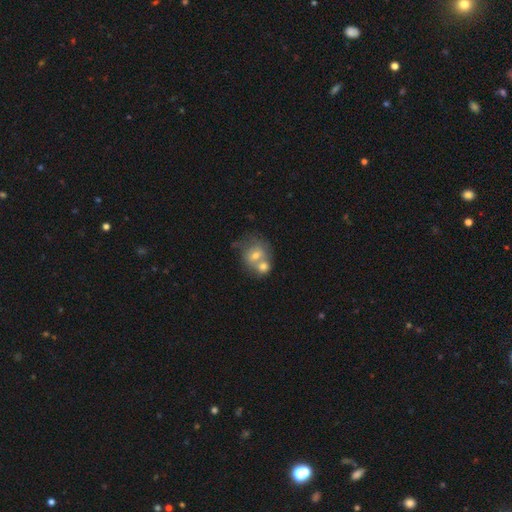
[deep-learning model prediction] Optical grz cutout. It shows a smooth galaxy with no disk features (62%) that is round (66%). Merging: merger (66%).